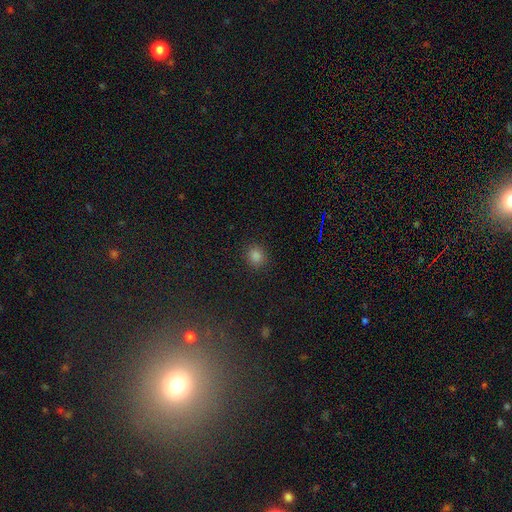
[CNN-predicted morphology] smooth-or-featured: smooth: 80% | star or artifact: 16% | featured or disk: 4%
  how-rounded: round: 83% | in between: 16% | cigar-shaped: 1%
  merging: none: 90% | minor disturbance: 6% | major disturbance: 2% | merger: 1%